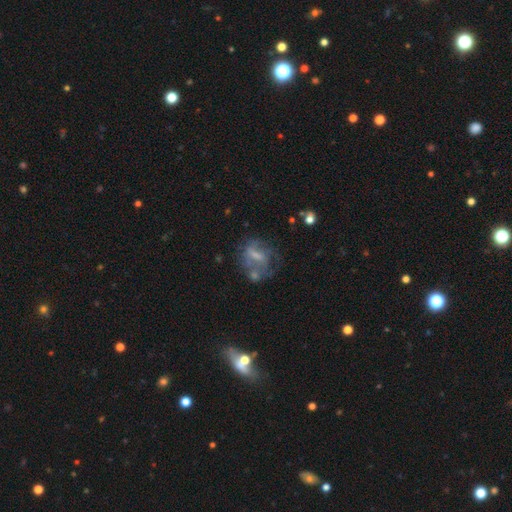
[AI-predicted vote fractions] The model was most divided on "bulge size": small: 37%, moderate: 31%, none: 27%, large: 4%, dominant: 1%. Remaining: edge-on disk — no (95%); smooth or featured — featured or disk (56%); spiral arms — no (55%); bar — weak (45%); merging — none (39%).